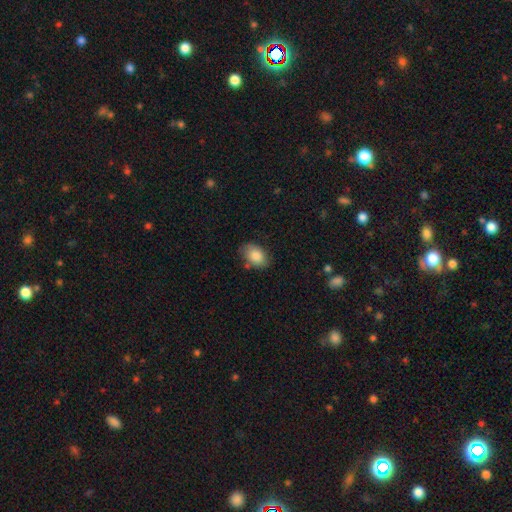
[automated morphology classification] Smooth or featured? smooth (86%)
How rounded? in between (85%)
Merging? none (75%)